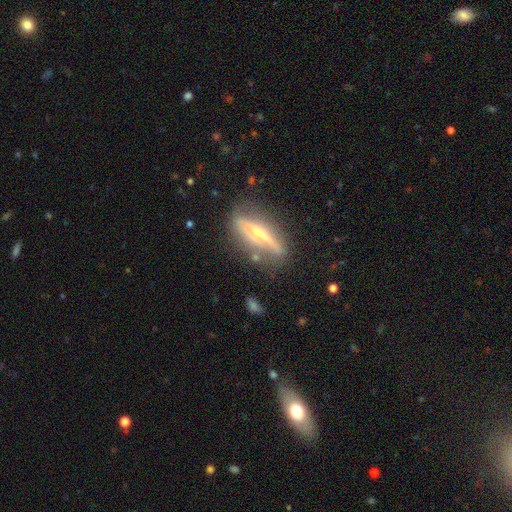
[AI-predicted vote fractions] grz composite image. It shows a featured or disk galaxy (72%) viewed edge-on (81%) with a rounded central bulge (84%). Merging: none (69%).